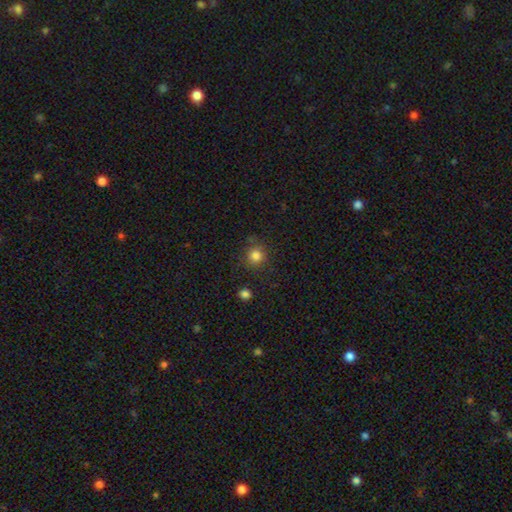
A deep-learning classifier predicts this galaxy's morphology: The model was most divided on "smooth or featured": smooth: 83%, star or artifact: 13%, featured or disk: 5%. More confident: how rounded — round (91%); merging — none (84%).